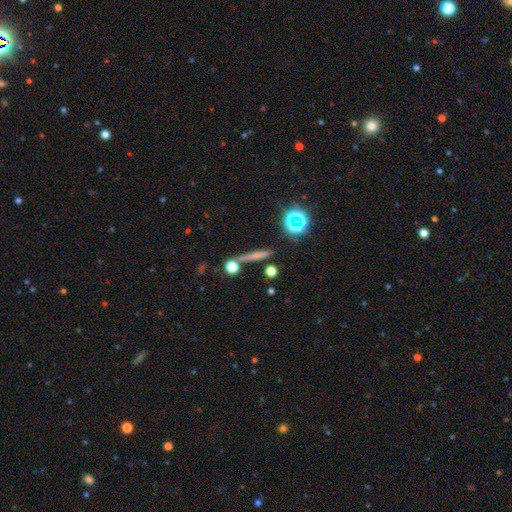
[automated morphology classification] This appears to be a smooth galaxy with no disk features (56%) that is cigar-shaped (82%). Merging: none (75%).